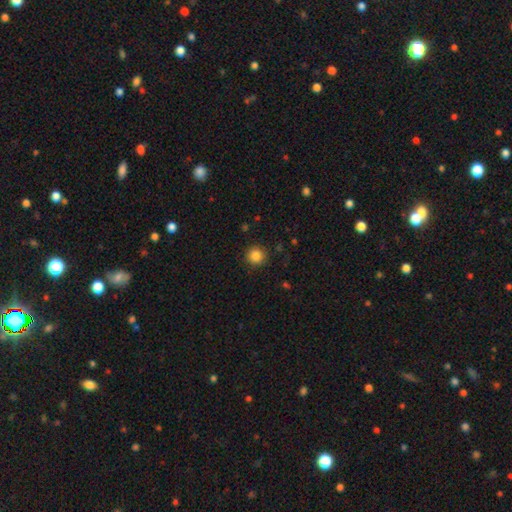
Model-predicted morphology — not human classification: type=smooth (86%); roundness=round (93%); merging=none (90%).